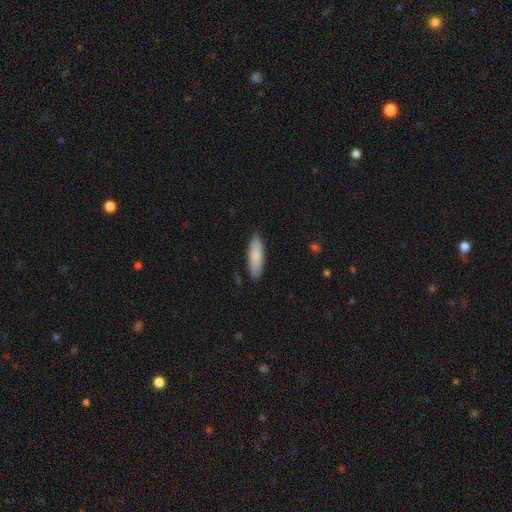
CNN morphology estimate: This appears to be a smooth galaxy with no disk features (84%) that is cigar-shaped (55%). Merging: none (88%).